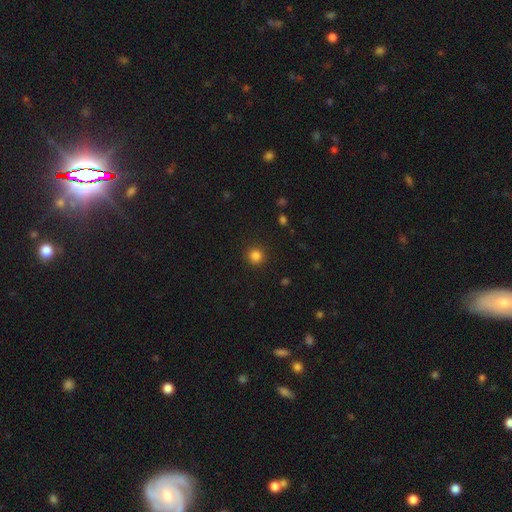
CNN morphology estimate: A smooth galaxy with no disk features (84%) that is round (94%). Merging: none (91%).